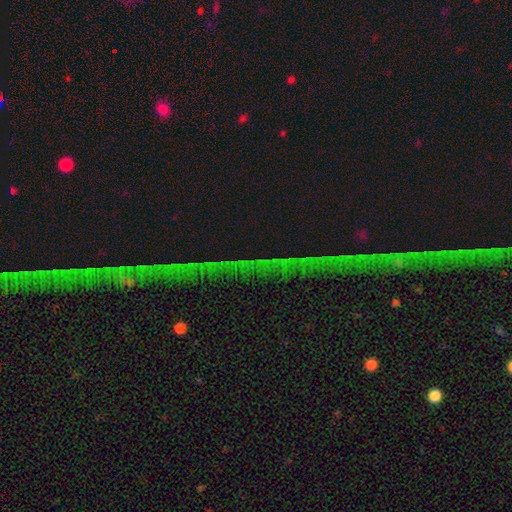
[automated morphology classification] Smooth or featured? star or artifact (78%)